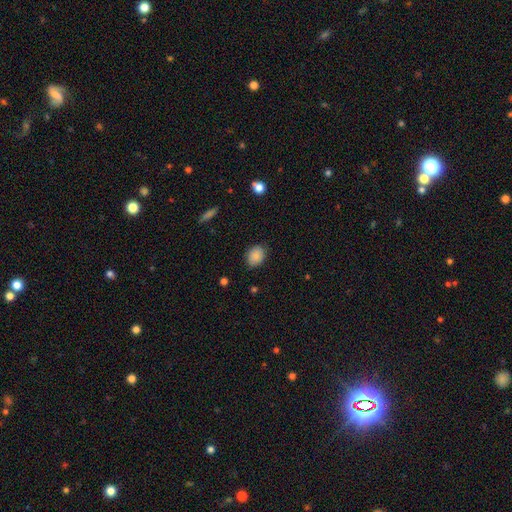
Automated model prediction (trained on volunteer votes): Overall: smooth (86%). How rounded: in between (58%; round 41%). Merging: none (81%).